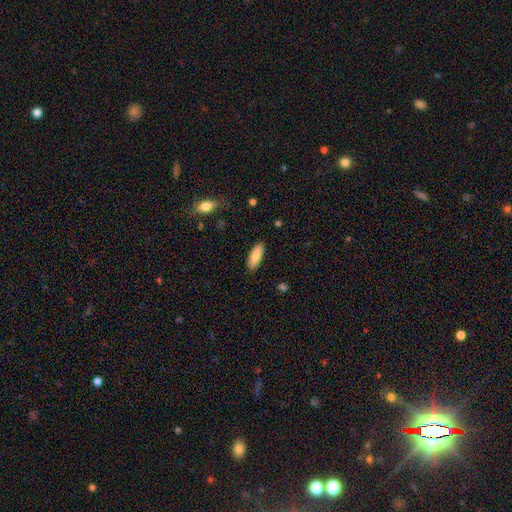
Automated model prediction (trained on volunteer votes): This appears to be a smooth galaxy with no disk features (85%) that is in between round and cigar-shaped (69%). Merging: none (88%).